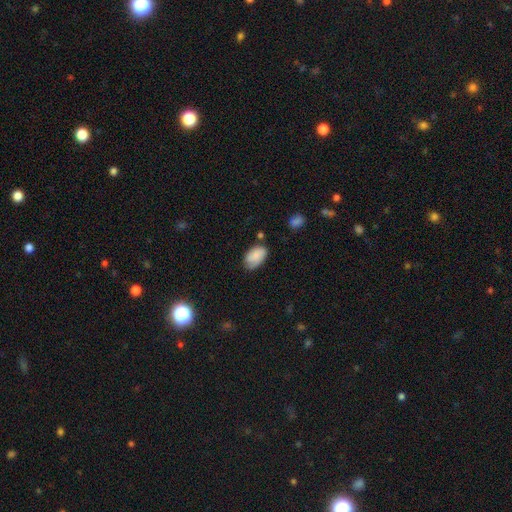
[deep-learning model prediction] A smooth galaxy with no disk features (76%) that is in between round and cigar-shaped (92%). Merging: none (63%).